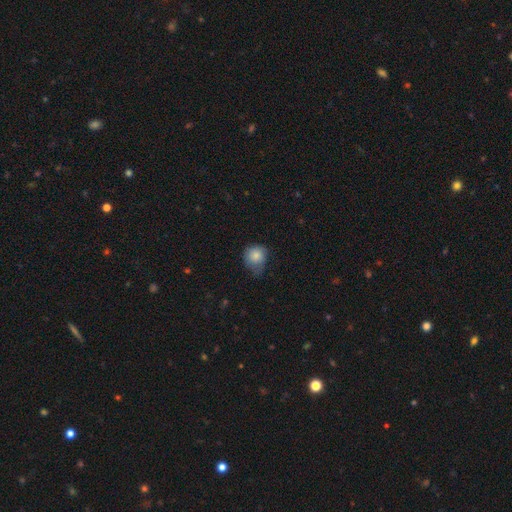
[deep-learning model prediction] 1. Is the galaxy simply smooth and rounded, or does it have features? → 83% smooth, 9% star or artifact, 8% featured or disk.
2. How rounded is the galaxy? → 78% round, 21% in between, 1% cigar-shaped.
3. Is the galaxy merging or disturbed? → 42% minor disturbance (tied), 42% none (tied), 15% major disturbance, 2% merger.